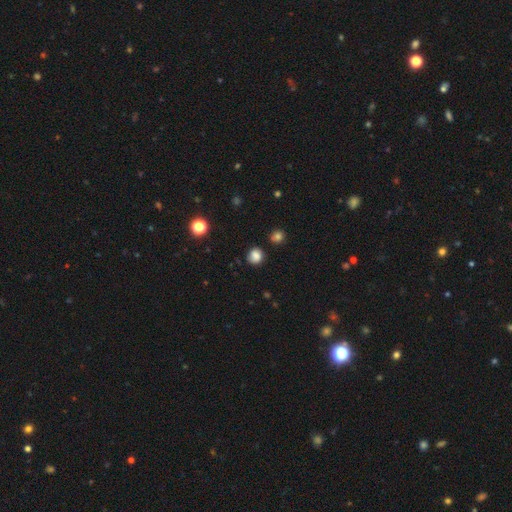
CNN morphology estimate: smooth_or_featured: smooth (p=0.83) [alt: star or artifact p=0.12]
how_rounded: round (p=0.79) [alt: in between p=0.20]
merging: none (p=0.82) [alt: minor disturbance p=0.12]